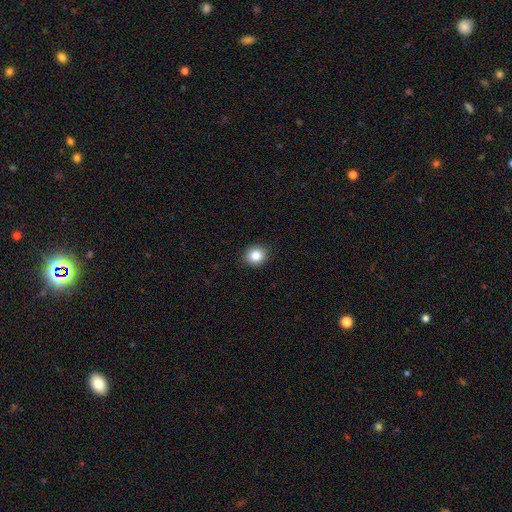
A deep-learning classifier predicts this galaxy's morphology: smooth_or_featured: smooth (p=0.85) [alt: star or artifact p=0.10]
how_rounded: round (p=0.75) [alt: in between p=0.24]
merging: none (p=0.91) [alt: minor disturbance p=0.07]